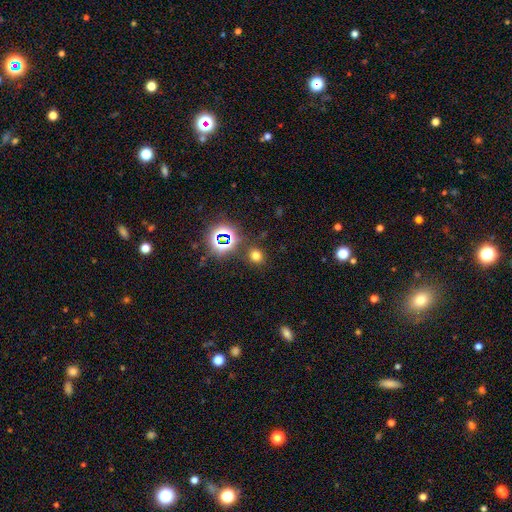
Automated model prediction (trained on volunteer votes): Smooth or featured?
  - smooth: 65% *
  - star or artifact: 28%
  - featured or disk: 7%
How rounded?
  - round: 81% *
  - in between: 18%
  - cigar-shaped: 1%
Merging?
  - none: 85% *
  - minor disturbance: 8%
  - merger: 3%
  - major disturbance: 3%